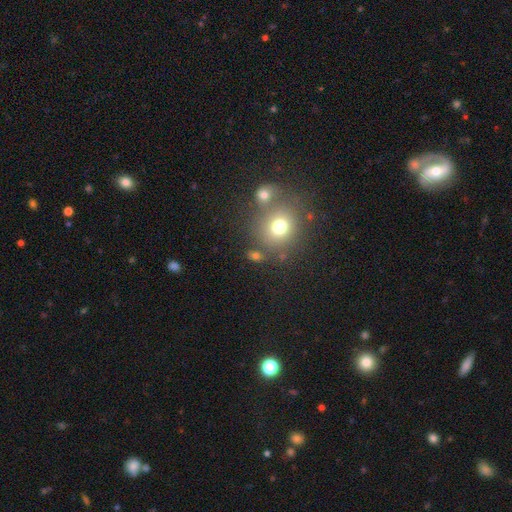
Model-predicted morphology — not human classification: smooth-or-featured: smooth: 69% | star or artifact: 20% | featured or disk: 11%
  how-rounded: round: 69% | in between: 29% | cigar-shaped: 2%
  merging: none: 65% | merger: 18% | minor disturbance: 11% | major disturbance: 6%